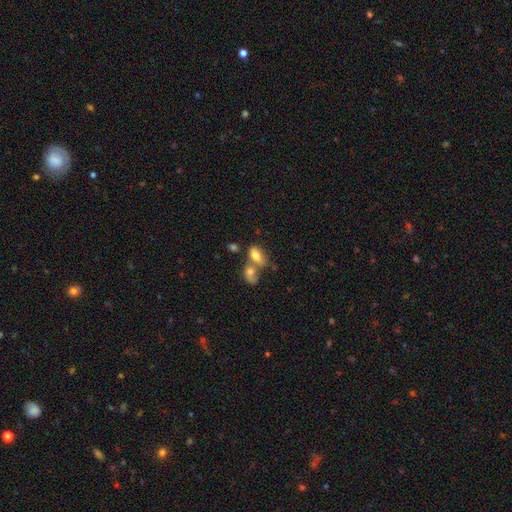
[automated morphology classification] Overall: smooth (78%). How rounded: in between (88%). Merging: merger (52%; none 32%).